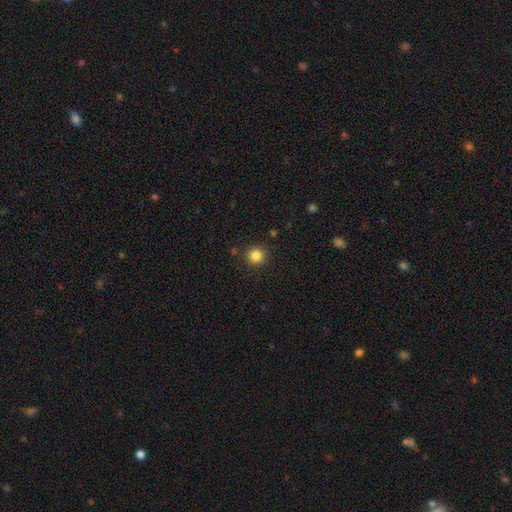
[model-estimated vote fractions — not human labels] Smooth or featured? smooth (85%)
How rounded? round (95%)
Merging? none (90%)